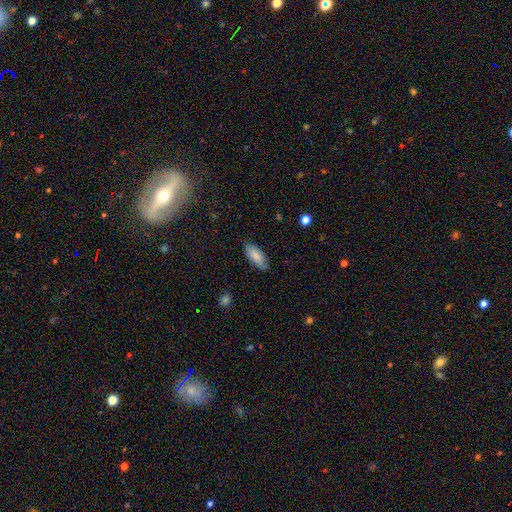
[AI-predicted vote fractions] A smooth galaxy with no disk features (84%) that is in between round and cigar-shaped (84%).

Vote fractions:
- Smooth or featured? smooth: 84% / featured or disk: 10% / star or artifact: 6%
- How rounded? in between: 84% / cigar-shaped: 14% / round: 2%
- Merging? none: 78% / minor disturbance: 18% / major disturbance: 3% / merger: 1%